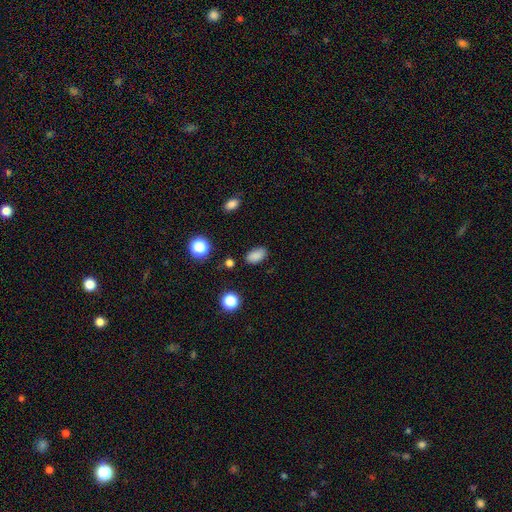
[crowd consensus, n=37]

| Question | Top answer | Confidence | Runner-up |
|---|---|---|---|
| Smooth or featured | smooth | 92% | star or artifact (5%) |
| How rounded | in between | 79% | round (18%) |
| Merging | none | 91% | merger (6%) |